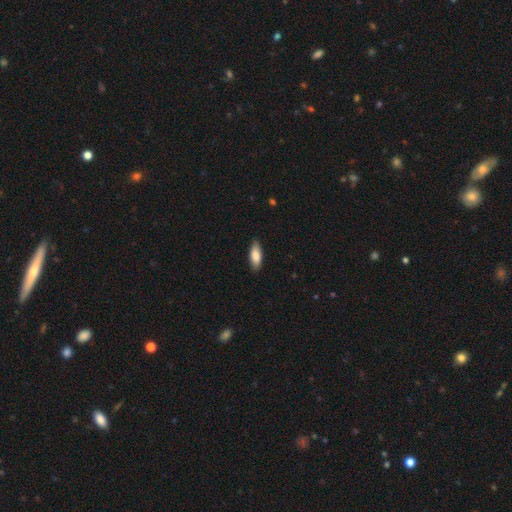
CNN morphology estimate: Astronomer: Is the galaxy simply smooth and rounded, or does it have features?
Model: smooth — 85%.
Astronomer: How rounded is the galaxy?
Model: in between — 75%.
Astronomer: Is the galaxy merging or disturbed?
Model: none — 85%.